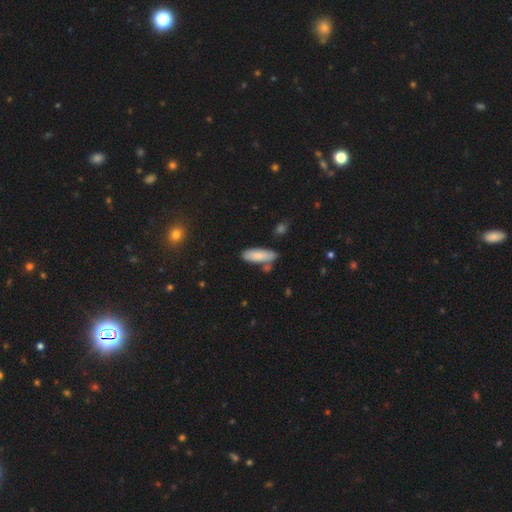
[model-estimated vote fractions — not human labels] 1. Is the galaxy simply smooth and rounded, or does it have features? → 82% smooth, 11% featured or disk, 7% star or artifact.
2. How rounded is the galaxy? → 60% in between, 38% cigar-shaped, 2% round.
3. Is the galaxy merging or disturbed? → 75% none, 15% minor disturbance, 7% merger, 3% major disturbance.